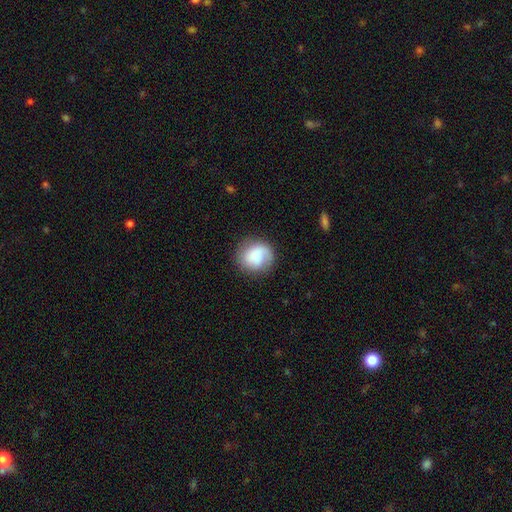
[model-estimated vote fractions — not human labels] This is likely a smooth galaxy (65%). How rounded: clearly round (80%). Merging: likely none (69%).